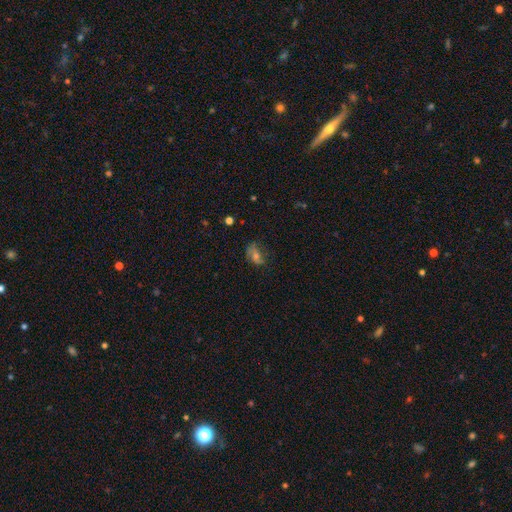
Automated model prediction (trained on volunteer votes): Smooth or featured? Predicted: smooth (p=0.46). Merging? Predicted: none (p=0.54).